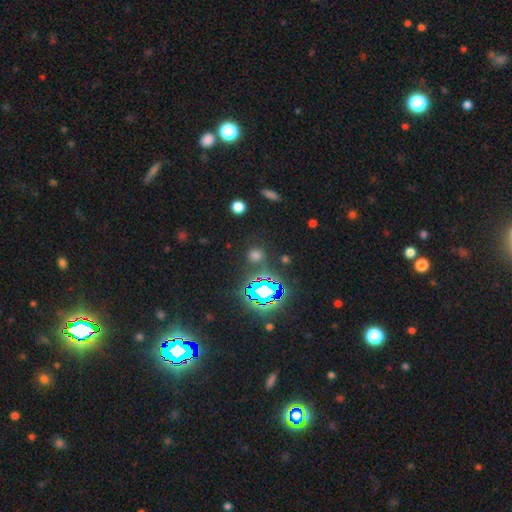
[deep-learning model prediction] This appears to be a smooth galaxy with no disk features (51%) that is round (82%). Merging: none (79%).